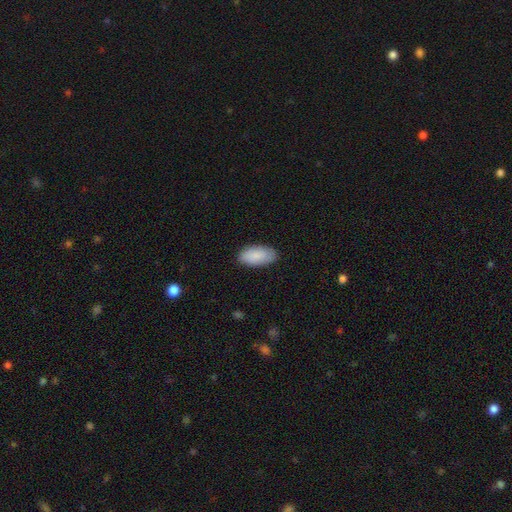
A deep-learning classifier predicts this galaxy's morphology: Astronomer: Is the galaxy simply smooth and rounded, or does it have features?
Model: smooth — 89%.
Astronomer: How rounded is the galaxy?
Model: in between — 91%.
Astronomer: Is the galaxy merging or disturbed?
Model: none — 86%.